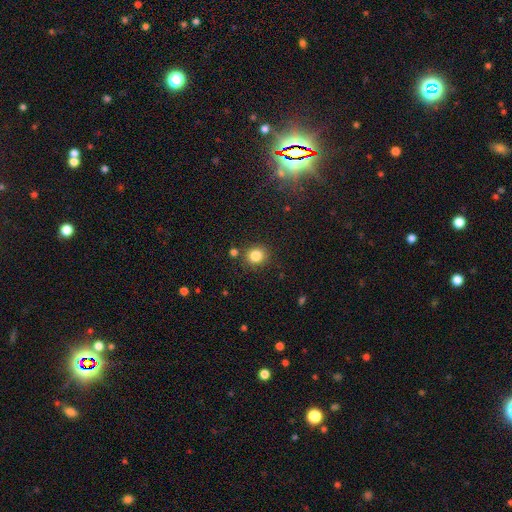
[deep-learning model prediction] smooth_or_featured: smooth (p=0.83) [alt: star or artifact p=0.12]
how_rounded: round (p=0.84) [alt: in between p=0.15]
merging: none (p=0.84) [alt: minor disturbance p=0.08]